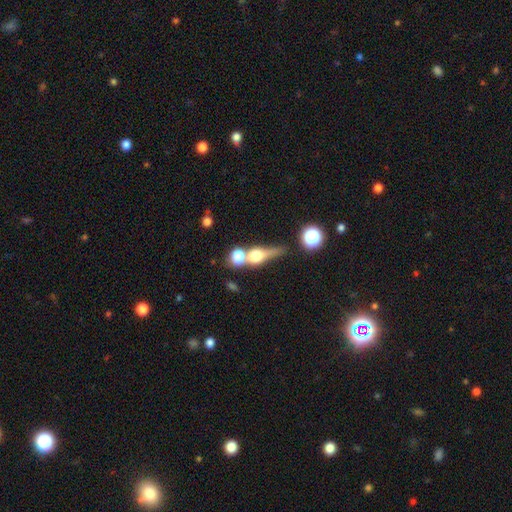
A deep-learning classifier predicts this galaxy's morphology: smooth-or-featured: smooth: 55% | featured or disk: 33% | star or artifact: 12%
  how-rounded: round: 42% | in between: 33% | cigar-shaped: 25%
  merging: merger: 55% | none: 27% | minor disturbance: 10% | major disturbance: 8%